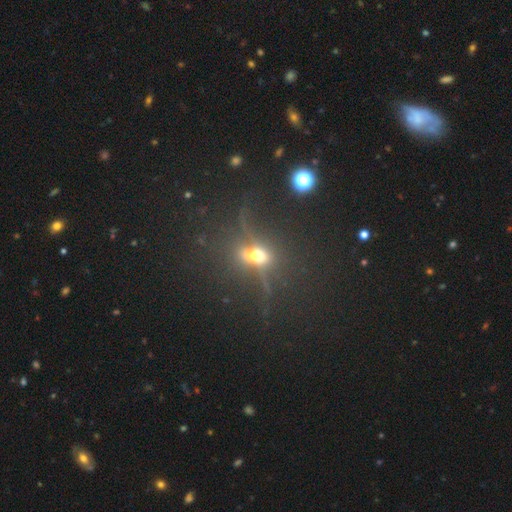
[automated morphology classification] This appears to be a featured or disk galaxy (38%). Merging: none (55%).